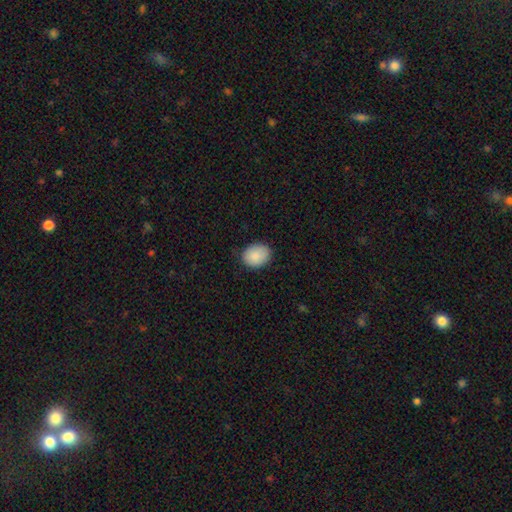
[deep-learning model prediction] smooth_or_featured: smooth (p=0.88) [alt: star or artifact p=0.07]
how_rounded: in between (p=0.56) [alt: round p=0.43]
merging: none (p=0.82) [alt: minor disturbance p=0.14]